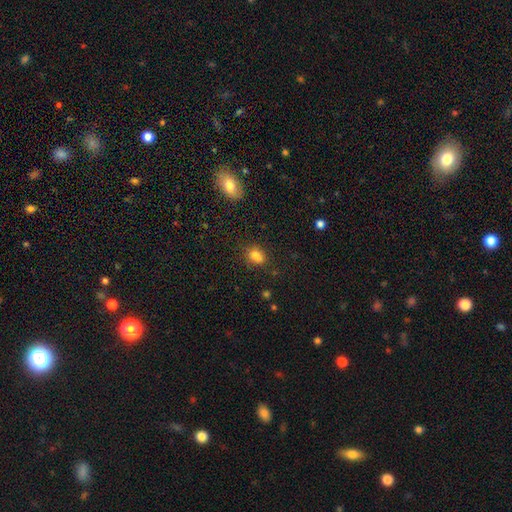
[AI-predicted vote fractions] Smooth or featured? smooth (76%)
How rounded? in between (64%)
Merging? none (55%)